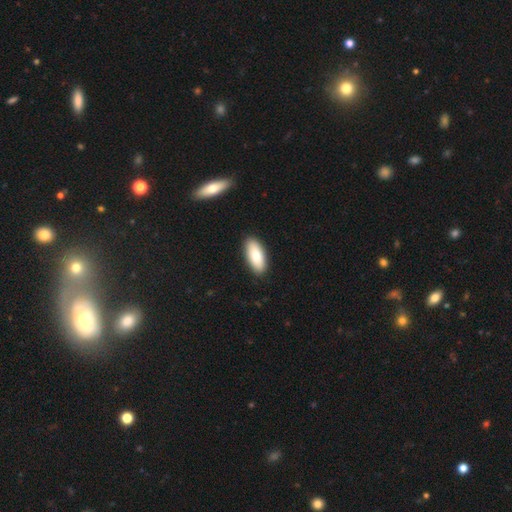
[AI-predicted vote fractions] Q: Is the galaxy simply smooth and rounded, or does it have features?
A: smooth — 83%.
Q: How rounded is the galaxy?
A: in between — 86%.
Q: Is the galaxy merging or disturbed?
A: none — 90%.